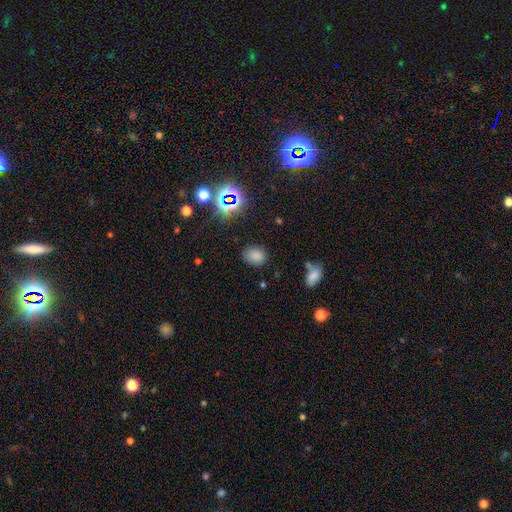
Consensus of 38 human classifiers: Smooth or featured? 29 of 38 (76%) said smooth. How rounded? 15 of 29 (52%) said round. Merging? 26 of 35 (74%) said none.